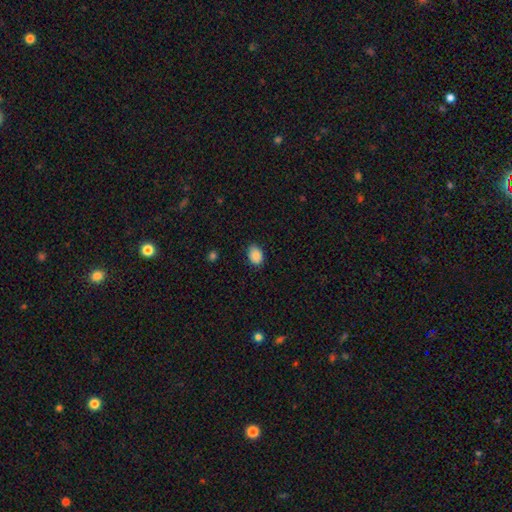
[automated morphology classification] Smooth or featured?
  - smooth: 87% *
  - star or artifact: 8%
  - featured or disk: 5%
How rounded?
  - in between: 76% *
  - round: 23%
  - cigar-shaped: 1%
Merging?
  - none: 84% *
  - minor disturbance: 13%
  - major disturbance: 2%
  - merger: 1%